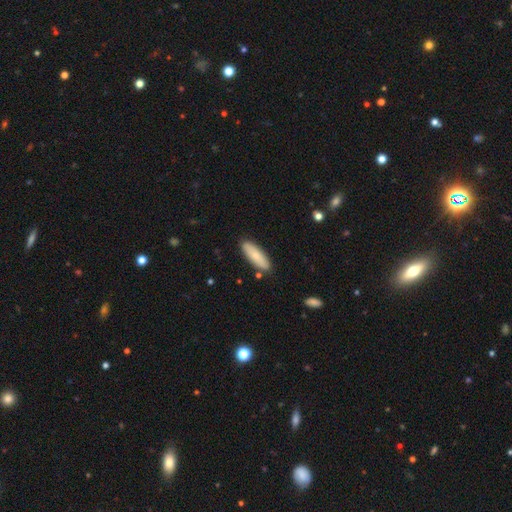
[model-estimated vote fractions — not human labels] Q: Smooth or featured?
A: smooth (78%); runner-up: featured or disk (16%)
Q: How rounded?
A: in between (52%); runner-up: cigar-shaped (46%)
Q: Merging?
A: none (86%); runner-up: minor disturbance (10%)